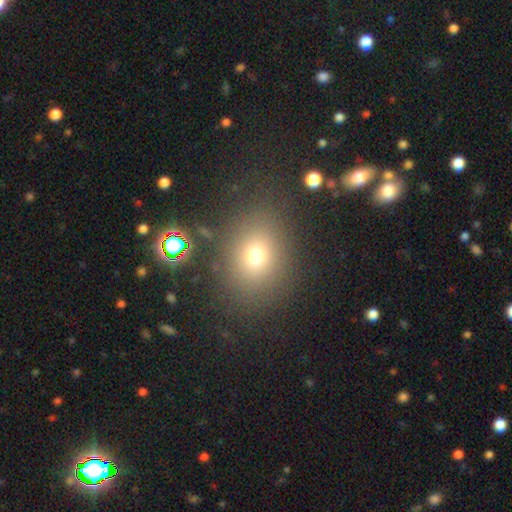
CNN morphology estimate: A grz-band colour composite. It shows a smooth galaxy with no disk features (69%) that is round (55%). Merging: none (81%).